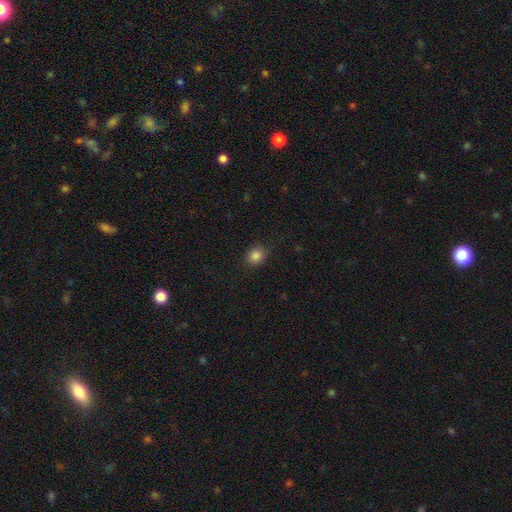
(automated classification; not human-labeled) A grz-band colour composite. It shows a smooth galaxy with no disk features (85%) that is round (65%). Merging: none (85%).